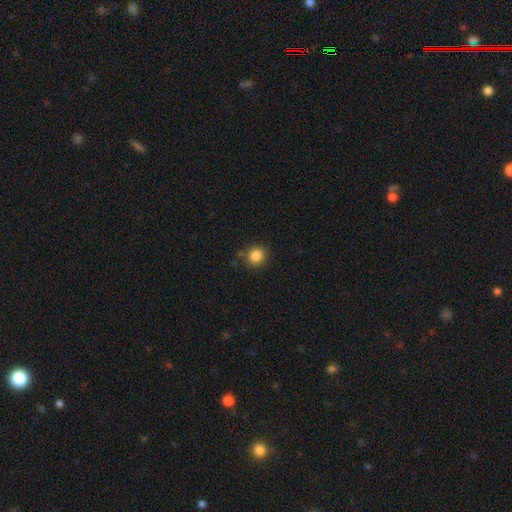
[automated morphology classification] Smooth or featured? Predicted: smooth (p=0.86). How rounded? Predicted: round (p=0.90). Merging? Predicted: none (p=0.82).